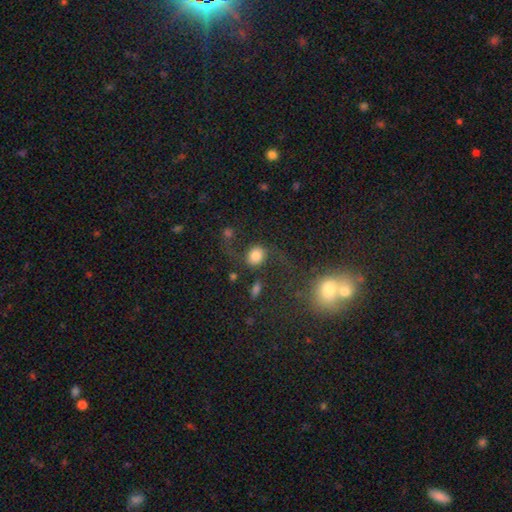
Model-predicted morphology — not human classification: This is possibly a smooth galaxy (57%). How rounded: likely round (68%). Merging: possibly none (53%).